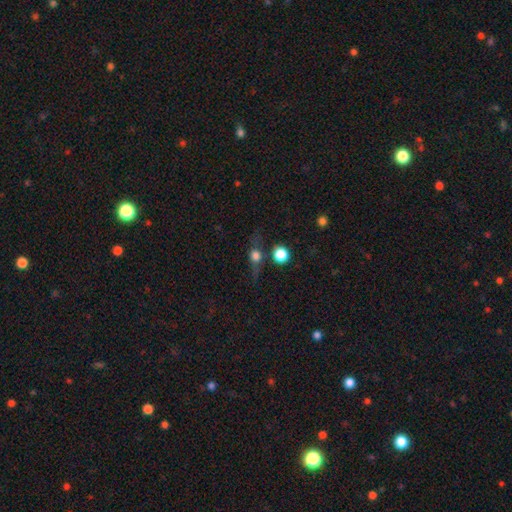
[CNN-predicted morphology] smooth 53%, featured or disk 26%, star or artifact 21%. Down the decision tree: how rounded — round (69%); merging — none (60%).